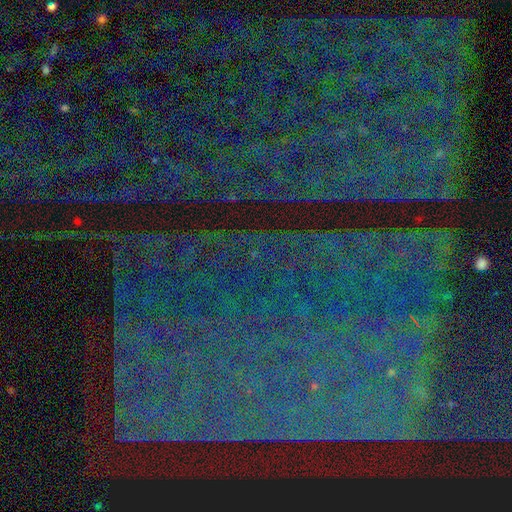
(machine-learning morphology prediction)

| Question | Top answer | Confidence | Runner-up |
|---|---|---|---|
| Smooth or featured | star or artifact | 86% | featured or disk (7%) |